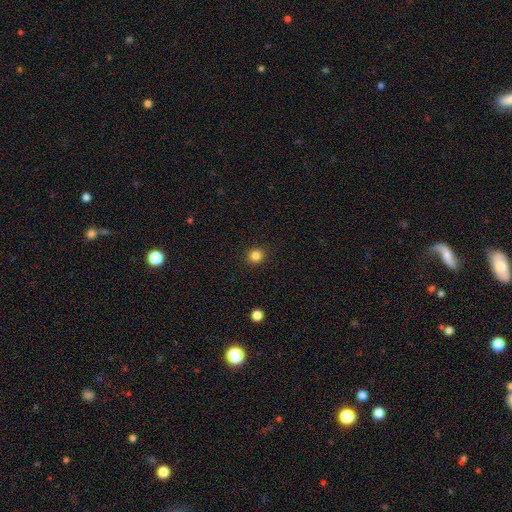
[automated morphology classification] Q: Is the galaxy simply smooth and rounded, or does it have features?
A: smooth — 83%.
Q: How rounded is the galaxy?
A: round — 90%.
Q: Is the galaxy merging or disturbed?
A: none — 92%.